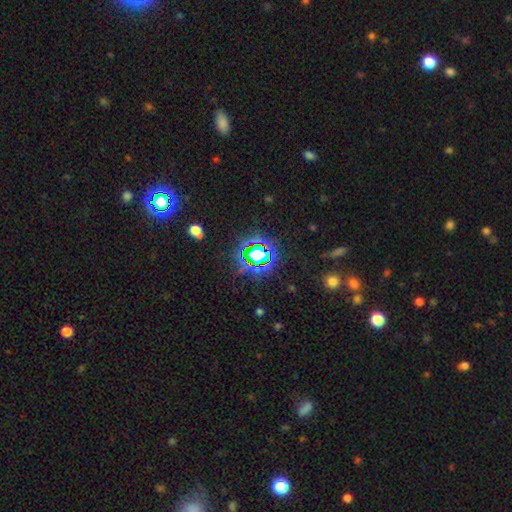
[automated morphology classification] Smooth or featured? star or artifact (76%)